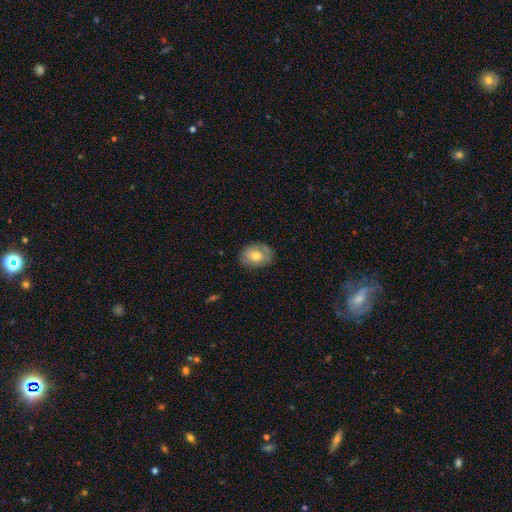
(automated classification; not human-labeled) The model was most divided on "how rounded": in between: 62%, round: 37%, cigar-shaped: 1%. More confident: merging — none (75%); smooth or featured — smooth (67%).